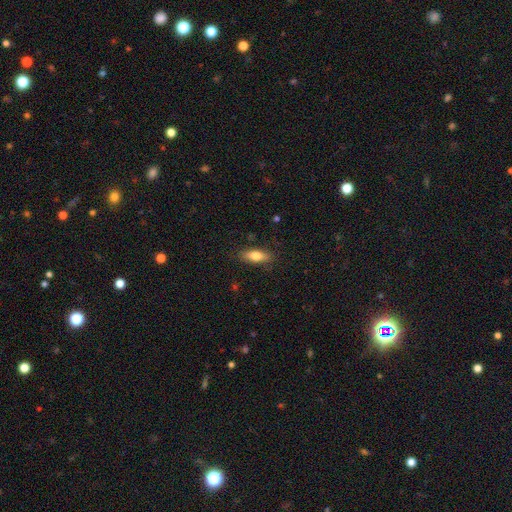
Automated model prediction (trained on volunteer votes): Smooth or featured: smooth — 74% (featured or disk — 19%)
How rounded: in between — 67% (cigar-shaped — 31%)
Merging: none — 85% (minor disturbance — 11%)